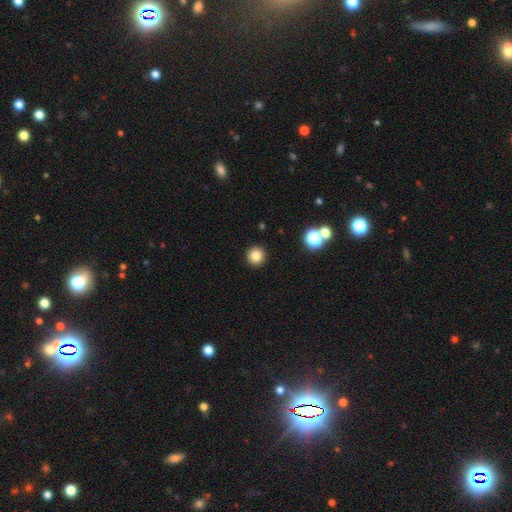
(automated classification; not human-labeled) Q: Smooth or featured?
A: smooth (83%); runner-up: star or artifact (12%)
Q: How rounded?
A: round (96%); runner-up: in between (4%)
Q: Merging?
A: none (93%); runner-up: minor disturbance (4%)